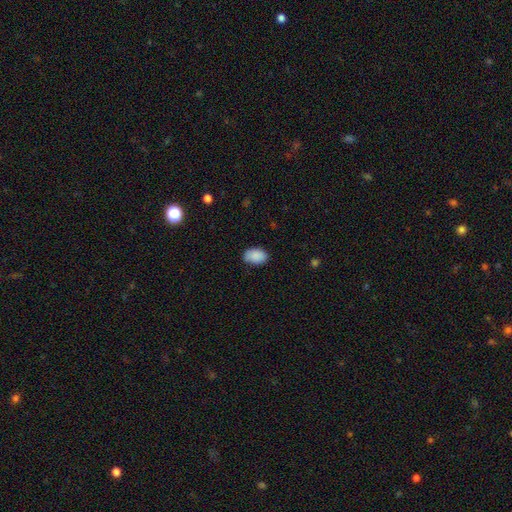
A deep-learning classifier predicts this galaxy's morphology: Smooth or featured? Predicted: smooth (p=0.89). How rounded? Predicted: in between (p=0.88). Merging? Predicted: none (p=0.79).